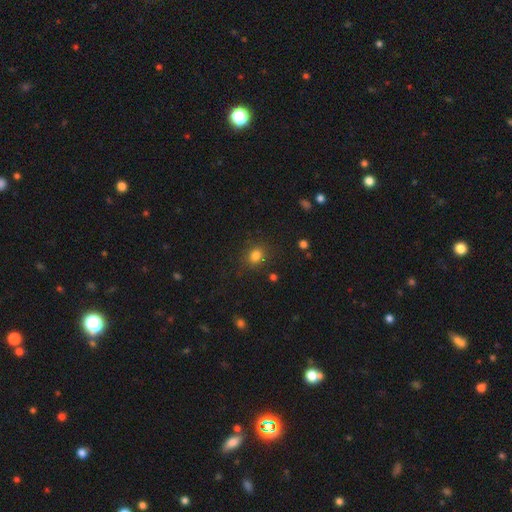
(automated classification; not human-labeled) Smooth or featured?
  - smooth: 80% *
  - star or artifact: 14%
  - featured or disk: 6%
How rounded?
  - round: 58% *
  - in between: 41%
  - cigar-shaped: 1%
Merging?
  - none: 83% *
  - minor disturbance: 11%
  - major disturbance: 4%
  - merger: 2%